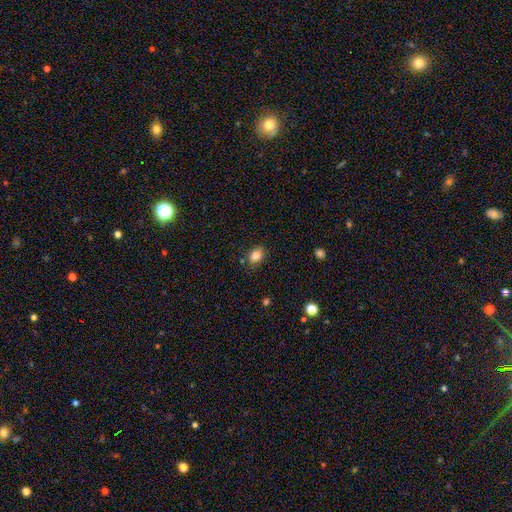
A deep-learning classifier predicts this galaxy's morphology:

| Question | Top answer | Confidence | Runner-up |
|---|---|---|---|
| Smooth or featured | smooth | 84% | star or artifact (10%) |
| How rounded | in between | 58% | round (41%) |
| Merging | none | 79% | minor disturbance (15%) |